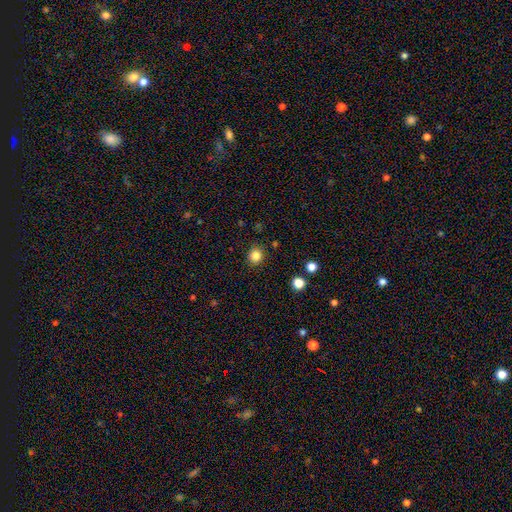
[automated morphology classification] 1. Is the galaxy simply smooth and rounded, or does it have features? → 84% smooth, 12% star or artifact, 4% featured or disk.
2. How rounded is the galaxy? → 80% round, 19% in between, 1% cigar-shaped.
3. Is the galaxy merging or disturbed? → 88% none, 8% minor disturbance, 2% major disturbance, 2% merger.